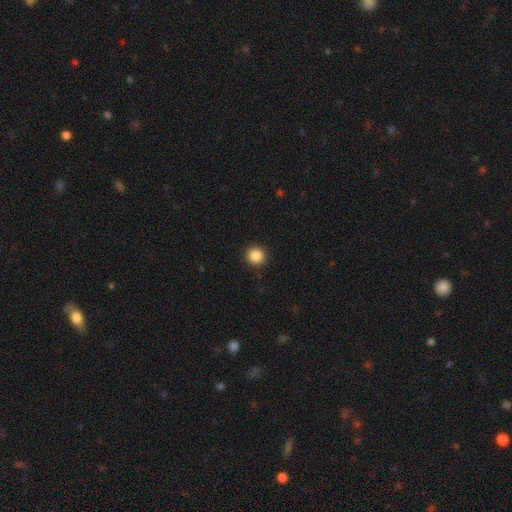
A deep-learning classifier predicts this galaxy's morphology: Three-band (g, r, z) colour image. It shows a smooth galaxy with no disk features (87%) that is round (95%). Merging: none (92%).